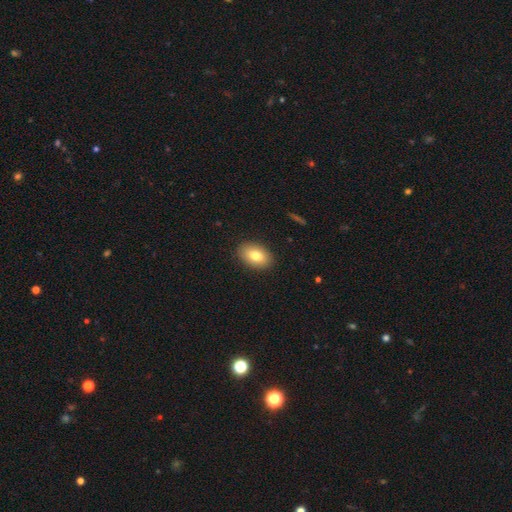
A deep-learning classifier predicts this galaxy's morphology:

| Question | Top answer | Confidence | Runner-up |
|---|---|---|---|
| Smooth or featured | smooth | 80% | featured or disk (13%) |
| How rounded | in between | 88% | round (10%) |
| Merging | none | 89% | minor disturbance (8%) |